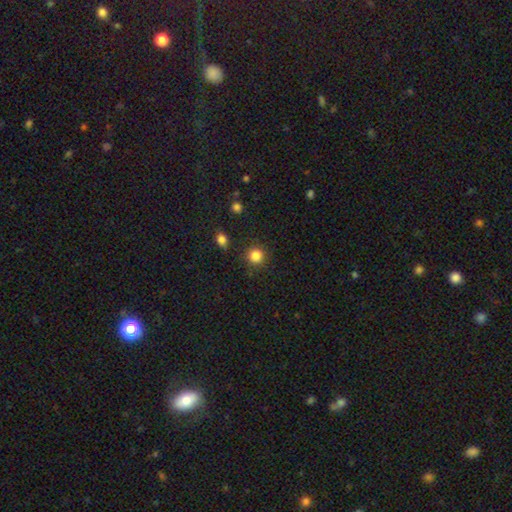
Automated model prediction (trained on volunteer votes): Smooth or featured: smooth — 84% (star or artifact — 12%)
How rounded: round — 93% (in between — 6%)
Merging: none — 89% (minor disturbance — 6%)